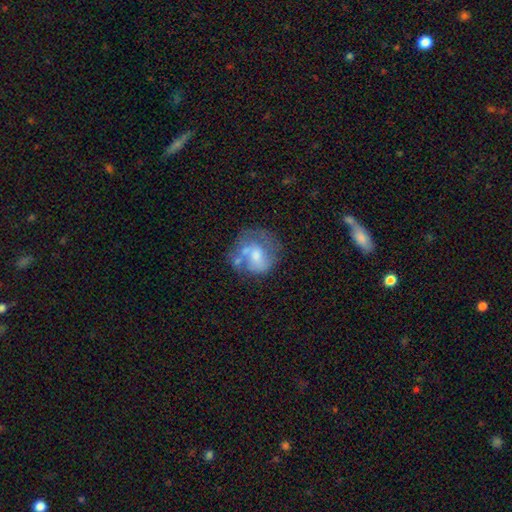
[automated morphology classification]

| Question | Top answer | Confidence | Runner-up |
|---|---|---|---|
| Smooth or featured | featured or disk | 52% | smooth (39%) |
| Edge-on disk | no | 98% | yes (2%) |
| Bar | no | 64% | weak (30%) |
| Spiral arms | yes | 51% | no (49%) |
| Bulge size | moderate | 48% | small (28%) |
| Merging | none | 42% | major disturbance (23%) |